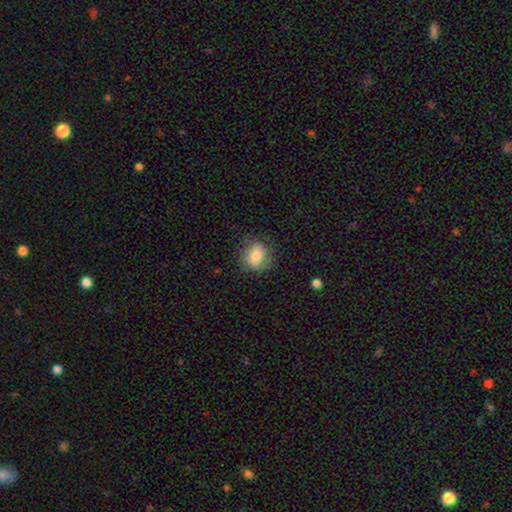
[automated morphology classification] Smooth or featured?
  - smooth: 72% *
  - featured or disk: 20%
  - star or artifact: 8%
How rounded?
  - round: 58% *
  - in between: 40%
  - cigar-shaped: 1%
Merging?
  - none: 71% *
  - minor disturbance: 20%
  - major disturbance: 8%
  - merger: 1%